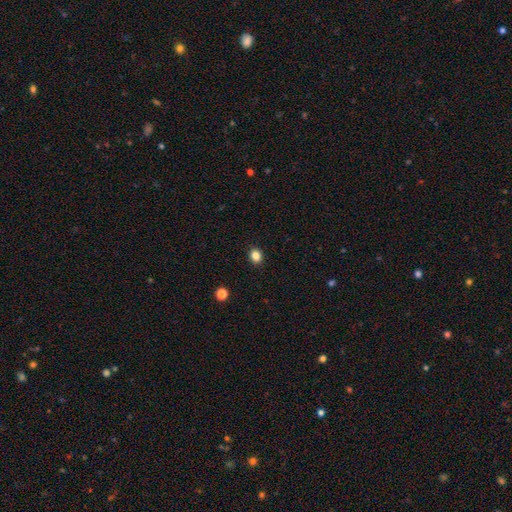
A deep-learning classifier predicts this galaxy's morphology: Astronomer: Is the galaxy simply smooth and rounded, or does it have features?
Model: smooth — 84%.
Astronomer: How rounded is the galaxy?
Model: round — 53% (runner-up: in between, 46%).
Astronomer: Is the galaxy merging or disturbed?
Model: none — 91%.